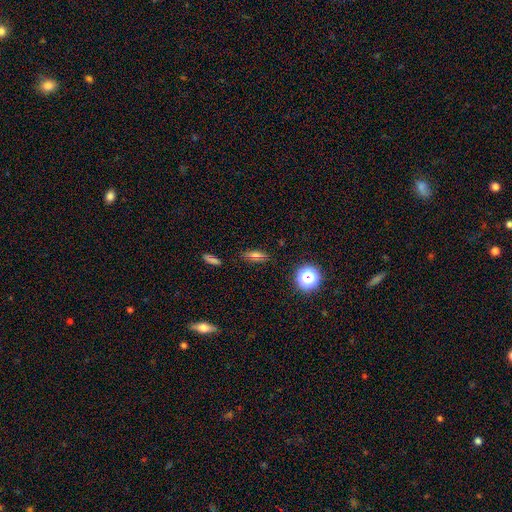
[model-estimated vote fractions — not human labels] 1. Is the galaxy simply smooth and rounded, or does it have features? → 64% smooth, 20% star or artifact, 16% featured or disk.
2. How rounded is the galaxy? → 65% in between, 25% cigar-shaped, 10% round.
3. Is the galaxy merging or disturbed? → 81% none, 13% minor disturbance, 4% major disturbance, 2% merger.